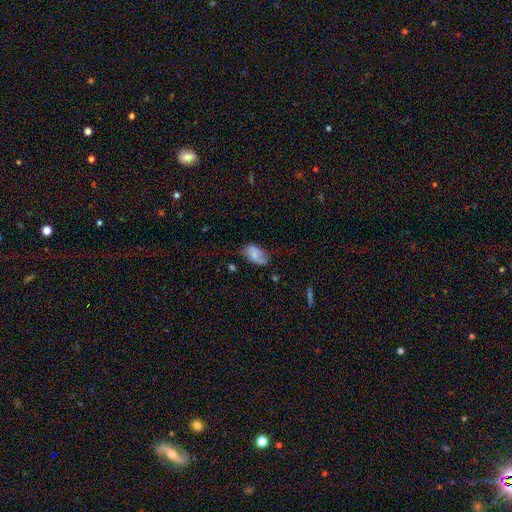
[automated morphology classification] Smooth or featured? Predicted: smooth (p=0.64). How rounded? Predicted: in between (p=0.92). Merging? Predicted: none (p=0.51).